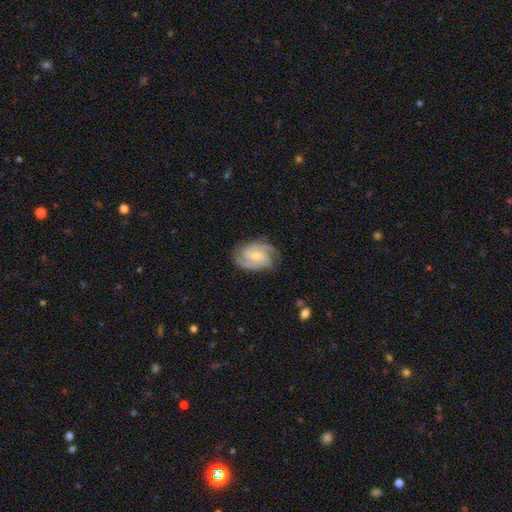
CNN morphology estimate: Smooth or featured? Predicted: featured or disk (p=0.88). Edge-on disk? Predicted: no (p=0.98). Bar? Predicted: no (p=0.48). Spiral arms? Predicted: yes (p=0.98). Spiral winding? Predicted: tight (p=0.52). Spiral arm count? Predicted: 2 (p=0.43). Bulge size? Predicted: small (p=0.50). Merging? Predicted: none (p=0.78).